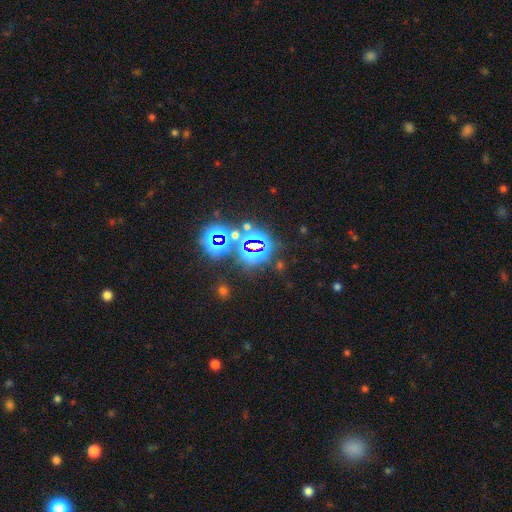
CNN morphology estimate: Smooth or featured: star or artifact — 77% (smooth — 14%)